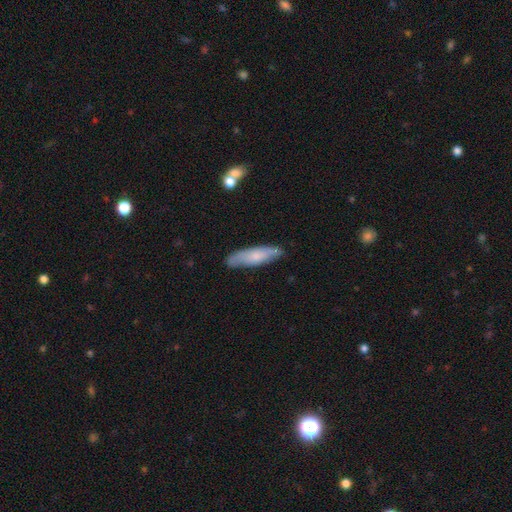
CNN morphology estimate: Smooth or featured? smooth (65%)
How rounded? cigar-shaped (67%)
Merging? none (81%)